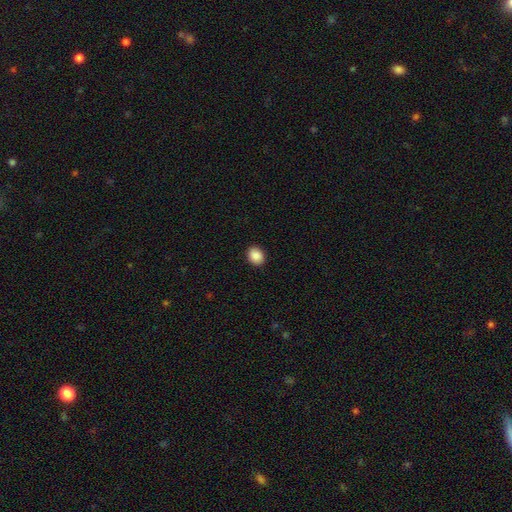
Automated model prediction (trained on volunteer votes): Smooth or featured? Predicted: smooth (p=0.89). How rounded? Predicted: in between (p=0.51). Merging? Predicted: none (p=0.91).